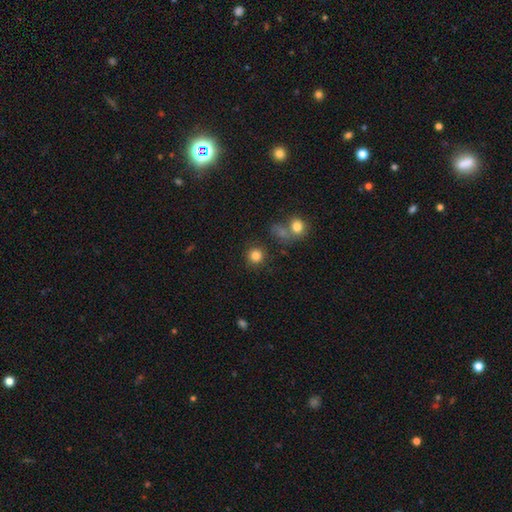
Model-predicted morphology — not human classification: Q: Smooth or featured?
A: smooth (83%); runner-up: star or artifact (12%)
Q: How rounded?
A: round (92%); runner-up: in between (7%)
Q: Merging?
A: none (82%); runner-up: minor disturbance (7%)